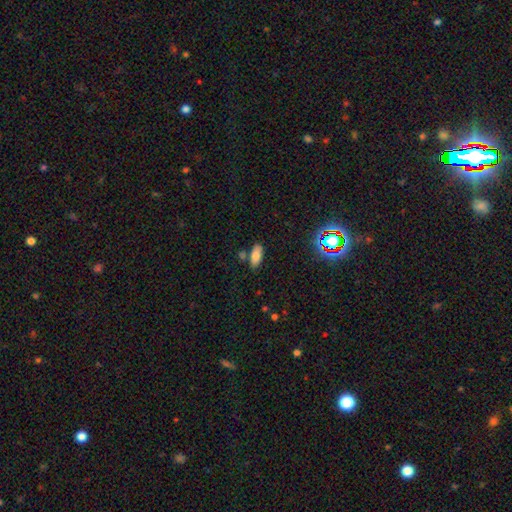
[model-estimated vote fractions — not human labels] A smooth galaxy with no disk features (79%) that is in between round and cigar-shaped (85%).

Vote fractions:
- Smooth or featured? smooth: 79% / star or artifact: 12% / featured or disk: 9%
- How rounded? in between: 85% / cigar-shaped: 13% / round: 3%
- Merging? none: 73% / minor disturbance: 14% / merger: 10% / major disturbance: 3%